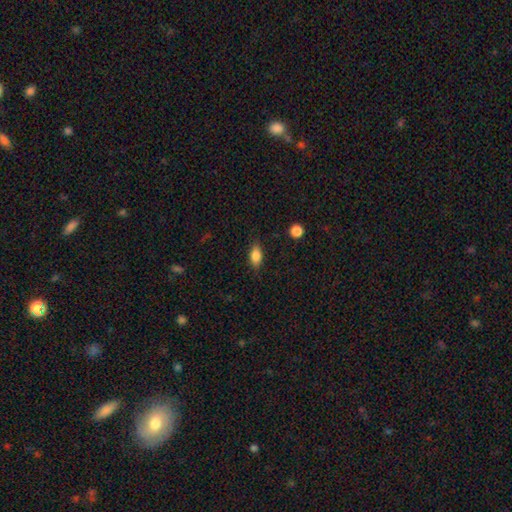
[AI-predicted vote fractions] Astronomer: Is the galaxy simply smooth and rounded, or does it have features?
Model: smooth — 83%.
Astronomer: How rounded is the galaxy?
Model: in between — 86%.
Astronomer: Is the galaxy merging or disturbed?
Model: none — 84%.